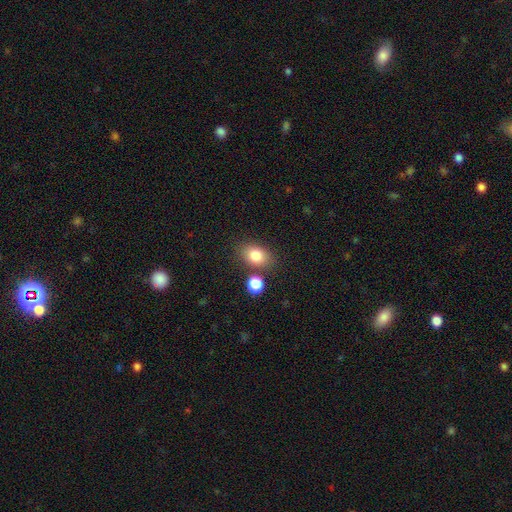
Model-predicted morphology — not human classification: smooth 82%, star or artifact 10%, featured or disk 8%. Down the decision tree: how rounded — in between (72%); merging — none (76%).